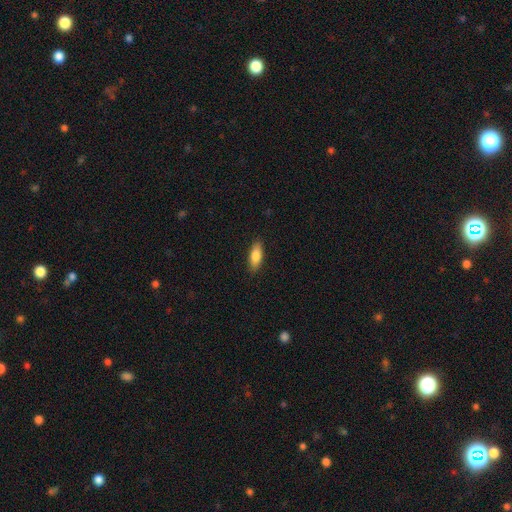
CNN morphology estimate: This appears to be a smooth galaxy with no disk features (83%) that is in between round and cigar-shaped (72%). Merging: none (87%).